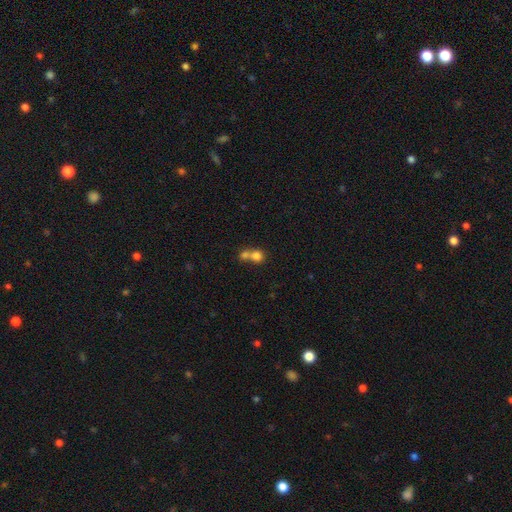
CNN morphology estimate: smooth_or_featured: smooth (p=0.77) [alt: featured or disk p=0.12]
how_rounded: round (p=0.77) [alt: in between p=0.22]
merging: merger (p=0.61) [alt: none p=0.31]